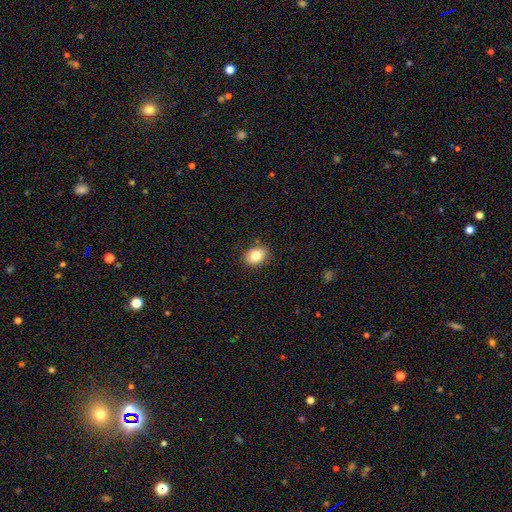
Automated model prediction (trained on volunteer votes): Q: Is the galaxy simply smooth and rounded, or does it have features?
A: smooth — 84%.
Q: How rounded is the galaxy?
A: in between — 60%.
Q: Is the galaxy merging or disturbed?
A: none — 87%.